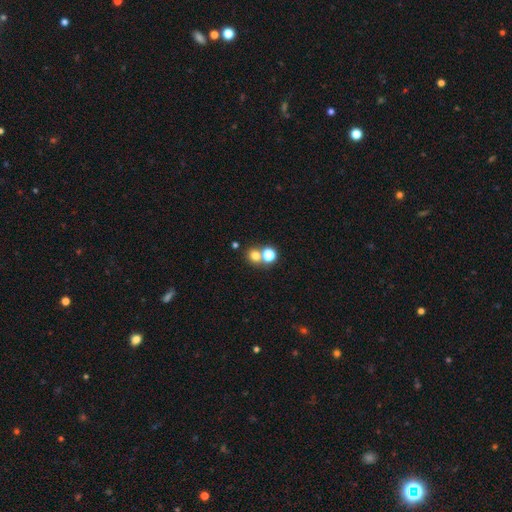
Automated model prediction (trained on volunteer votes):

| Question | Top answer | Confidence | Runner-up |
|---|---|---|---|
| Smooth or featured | smooth | 72% | star or artifact (19%) |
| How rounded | round | 81% | in between (18%) |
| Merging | none | 54% | merger (36%) |